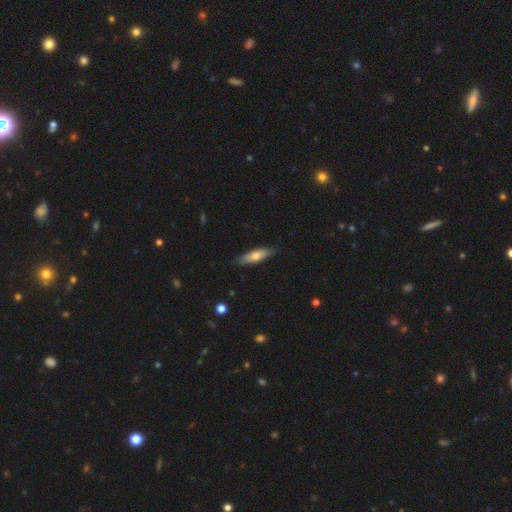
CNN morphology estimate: smooth 65%, featured or disk 29%, star or artifact 6%. Down the decision tree: how rounded — cigar-shaped (60%); merging — none (85%).